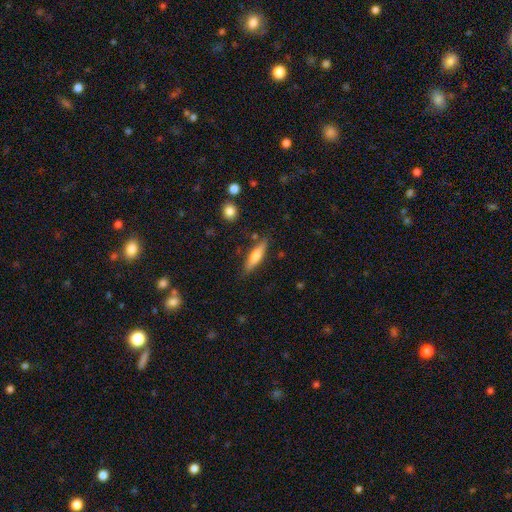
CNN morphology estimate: type=smooth (60%); roundness=cigar-shaped (73%); merging=none (81%).